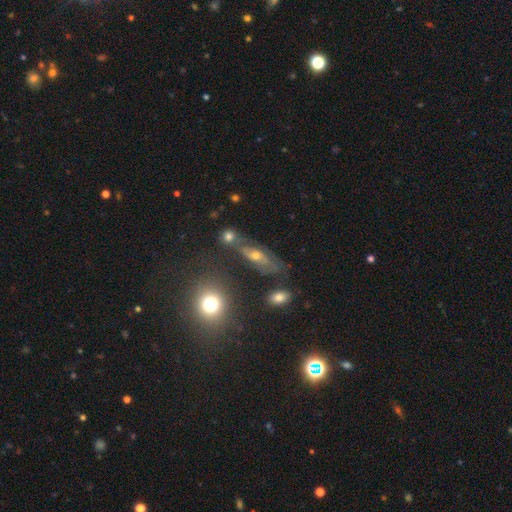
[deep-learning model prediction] The model was most divided on "smooth or featured": featured or disk: 49%, smooth: 32%, star or artifact: 19%. More confident: merging — none (57%).